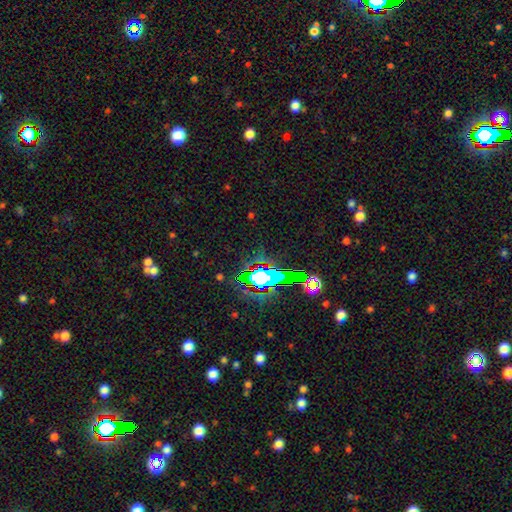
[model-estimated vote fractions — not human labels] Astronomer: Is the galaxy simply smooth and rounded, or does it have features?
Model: star or artifact — 79%.